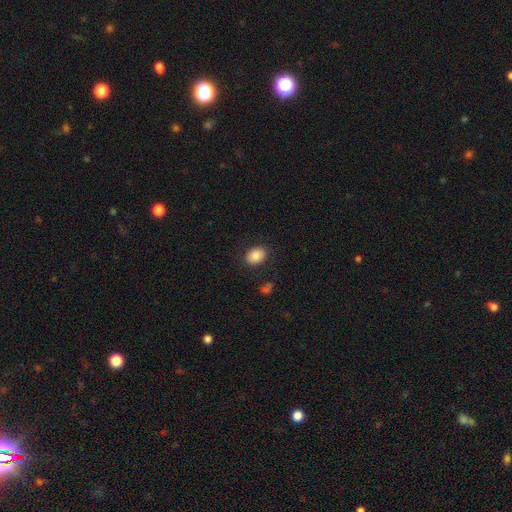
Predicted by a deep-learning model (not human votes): smooth 85%, star or artifact 8%, featured or disk 7%. Down the decision tree: how rounded — in between (66%); merging — none (86%).